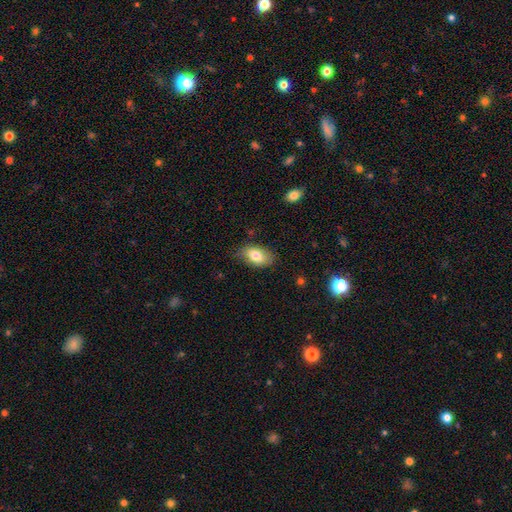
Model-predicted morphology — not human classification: smooth 79%, featured or disk 14%, star or artifact 7%. Down the decision tree: how rounded — in between (92%); merging — none (73%).